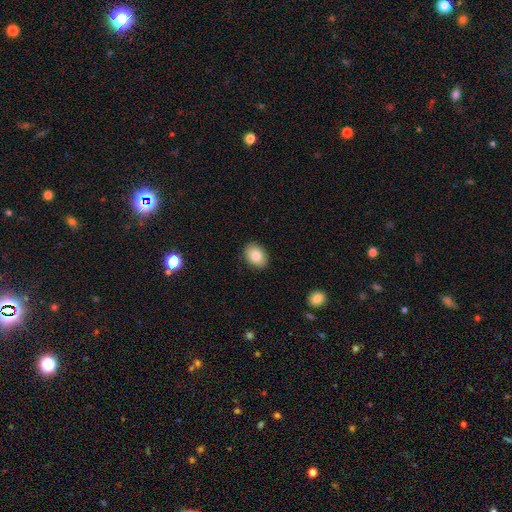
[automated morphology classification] smooth-or-featured: smooth: 85% | featured or disk: 8% | star or artifact: 8%
  how-rounded: in between: 78% | round: 21% | cigar-shaped: 1%
  merging: none: 89% | minor disturbance: 8% | major disturbance: 2% | merger: 1%